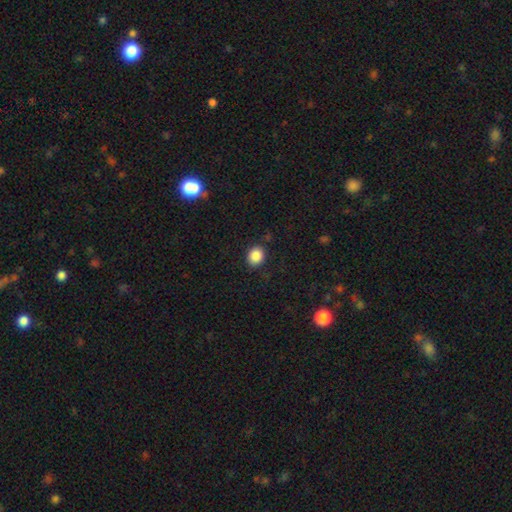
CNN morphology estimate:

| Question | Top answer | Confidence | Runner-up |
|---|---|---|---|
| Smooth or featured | smooth | 87% | star or artifact (9%) |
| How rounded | round | 62% | in between (37%) |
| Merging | none | 87% | minor disturbance (9%) |